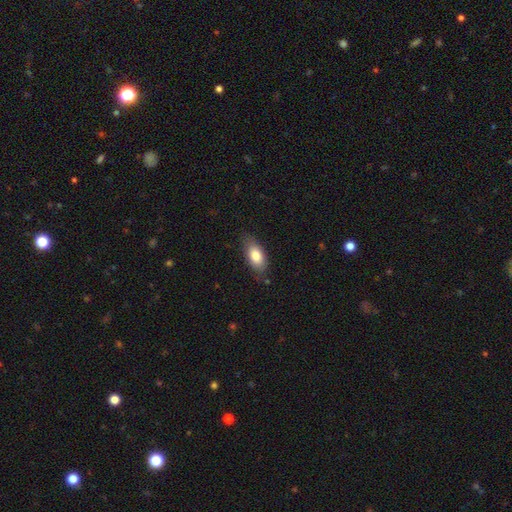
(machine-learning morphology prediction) Smooth or featured? Predicted: smooth (p=0.78). How rounded? Predicted: in between (p=0.88). Merging? Predicted: none (p=0.75).